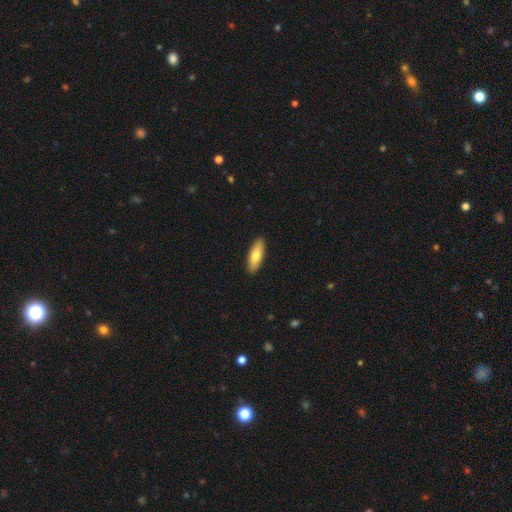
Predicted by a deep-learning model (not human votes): smooth_or_featured: smooth (p=0.74) [alt: featured or disk p=0.20]
how_rounded: in between (p=0.62) [alt: cigar-shaped p=0.36]
merging: none (p=0.91) [alt: minor disturbance p=0.07]